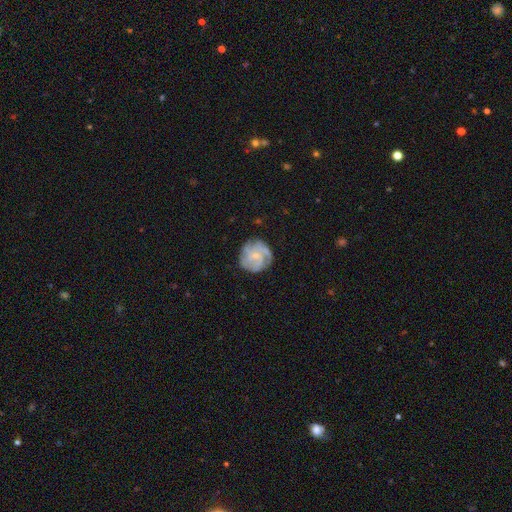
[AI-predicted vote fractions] Smooth or featured? Predicted: featured or disk (p=0.78). Edge-on disk? Predicted: no (p=0.98). Bar? Predicted: no (p=0.73). Spiral arms? Predicted: yes (p=0.94). Spiral winding? Predicted: tight (p=0.58). Spiral arm count? Predicted: 3 (p=0.35). Bulge size? Predicted: small (p=0.70). Merging? Predicted: none (p=0.77).